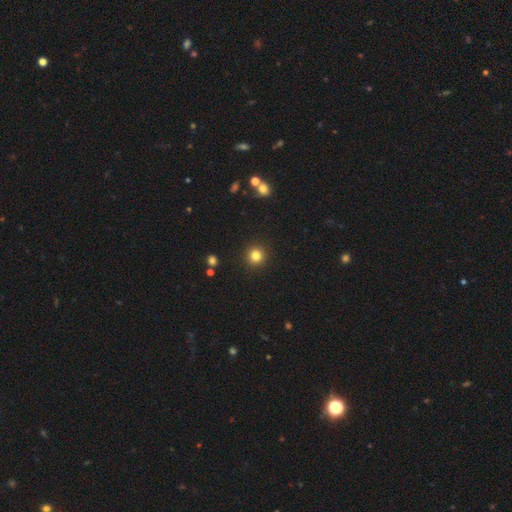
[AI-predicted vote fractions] Smooth or featured? smooth (82%)
How rounded? round (94%)
Merging? none (92%)